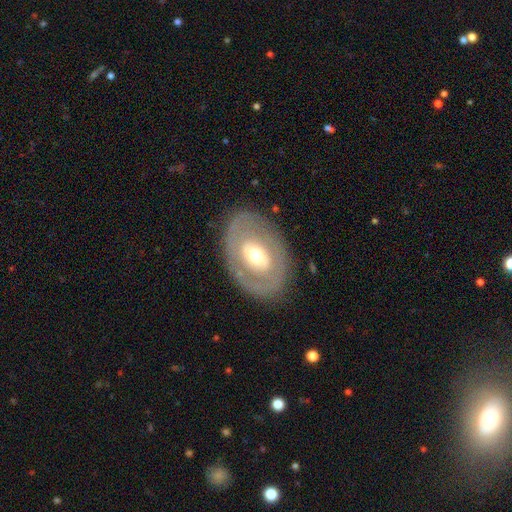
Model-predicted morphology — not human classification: Q: Smooth or featured?
A: featured or disk (60%); runner-up: smooth (34%)
Q: Edge-on disk?
A: no (91%); runner-up: yes (9%)
Q: Bar?
A: no (65%); runner-up: weak (23%)
Q: Spiral arms?
A: no (79%); runner-up: yes (21%)
Q: Bulge size?
A: moderate (65%); runner-up: small (20%)
Q: Merging?
A: none (81%); runner-up: minor disturbance (12%)